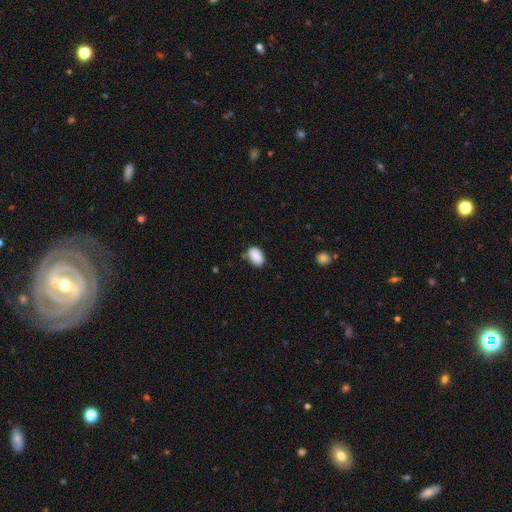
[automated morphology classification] Q: Smooth or featured?
A: smooth (89%); runner-up: star or artifact (7%)
Q: How rounded?
A: in between (88%); runner-up: round (11%)
Q: Merging?
A: none (71%); runner-up: minor disturbance (22%)